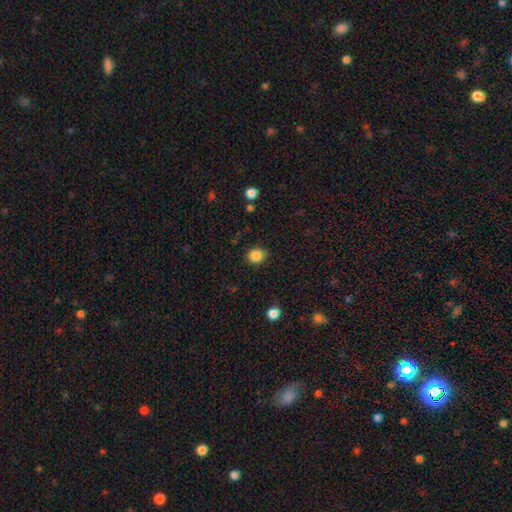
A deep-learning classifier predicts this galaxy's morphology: Smooth or featured: smooth — 86% (star or artifact — 10%)
How rounded: round — 78% (in between — 21%)
Merging: none — 80% (minor disturbance — 15%)